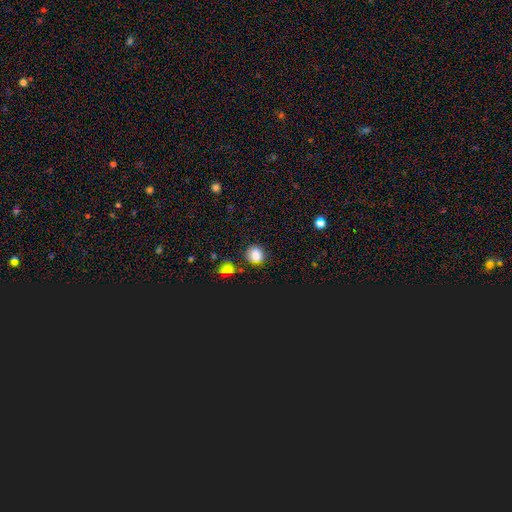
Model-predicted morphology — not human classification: smooth 74%, star or artifact 20%, featured or disk 6%. Down the decision tree: how rounded — round (78%); merging — none (77%).